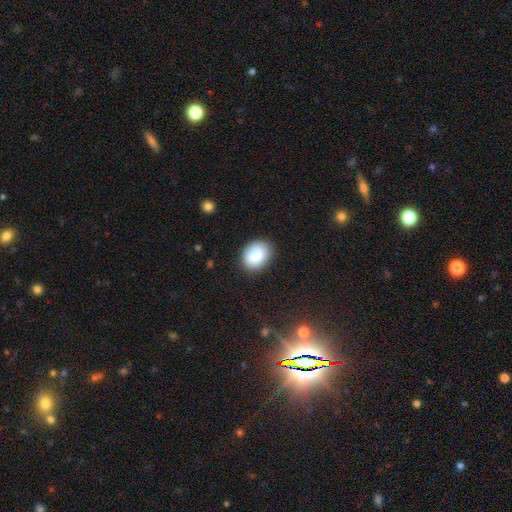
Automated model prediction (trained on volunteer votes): Q: Smooth or featured?
A: smooth (83%); runner-up: featured or disk (9%)
Q: How rounded?
A: in between (63%); runner-up: round (36%)
Q: Merging?
A: none (86%); runner-up: minor disturbance (10%)